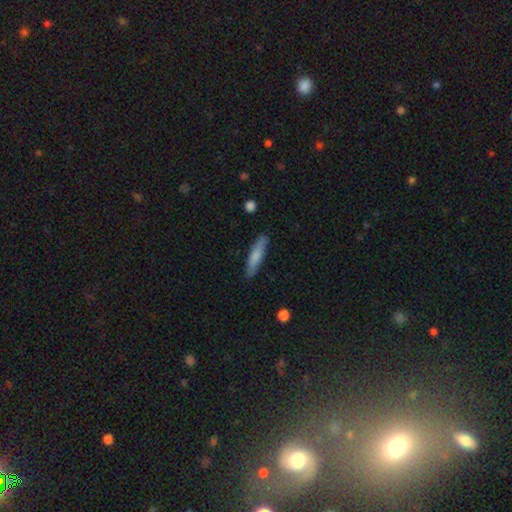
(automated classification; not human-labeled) smooth_or_featured: smooth (p=0.74) [alt: featured or disk p=0.20]
how_rounded: cigar-shaped (p=0.83) [alt: in between p=0.15]
merging: none (p=0.85) [alt: minor disturbance p=0.11]